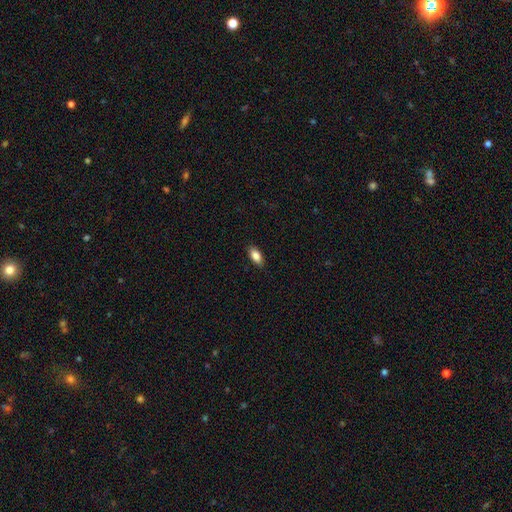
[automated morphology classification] This appears to be a smooth galaxy with no disk features (86%) that is in between round and cigar-shaped (89%). Merging: none (88%).